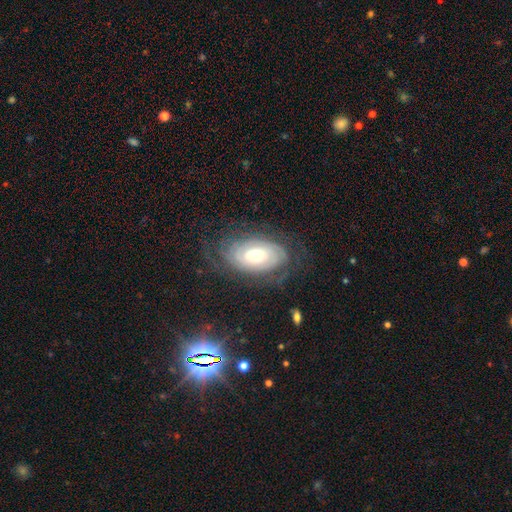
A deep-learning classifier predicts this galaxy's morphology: smooth_or_featured: featured or disk (p=0.76) [alt: smooth p=0.17]
disk_edge_on: no (p=0.94) [alt: yes p=0.06]
bar: no (p=0.68) [alt: weak p=0.24]
has_spiral_arms: yes (p=0.88) [alt: no p=0.12]
spiral_winding: tight (p=0.70) [alt: medium p=0.22]
spiral_arm_count: can't tell (p=0.44) [alt: 2 p=0.32]
bulge_size: moderate (p=0.68) [alt: small p=0.17]
merging: none (p=0.72) [alt: minor disturbance p=0.17]